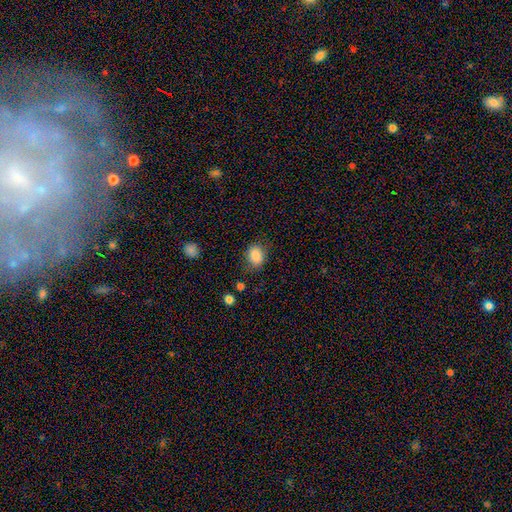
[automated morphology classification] A smooth galaxy with no disk features (86%) that is in between round and cigar-shaped (62%). Merging: none (75%).